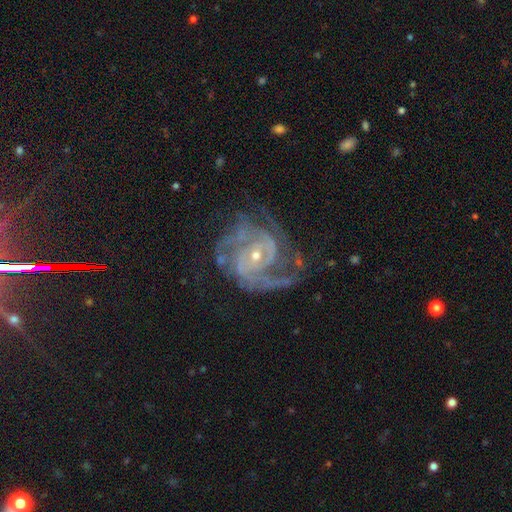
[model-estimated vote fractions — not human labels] A featured or disk galaxy (91%) with no bar (56%), 2 (38%) tight (56%) spiral arms (98%) and a small central bulge (64%).

Vote fractions:
- Smooth or featured? featured or disk: 91% / star or artifact: 5% / smooth: 3%
- Edge-on disk? no: 98% / yes: 2%
- Bar? no: 56% / weak: 33% / strong: 11%
- Spiral arms? yes: 98% / no: 2%
- Spiral winding? tight: 56% / medium: 37% / loose: 7%
- Spiral arm count? 2: 38% / 3: 25% / can't tell: 16% / 4: 9% / 1: 6% / more than 4: 6%
- Bulge size? small: 64% / moderate: 33% / large: 1% / none: 1% / dominant: 1%
- Merging? none: 63% / minor disturbance: 20% / major disturbance: 16% / merger: 2%